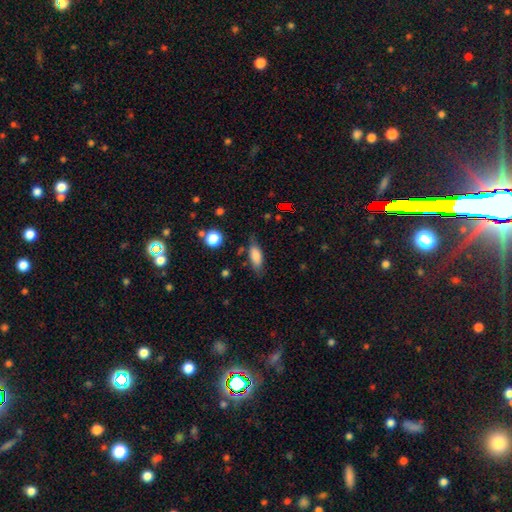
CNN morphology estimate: type=smooth (79%); roundness=in between (70%); merging=none (72%).